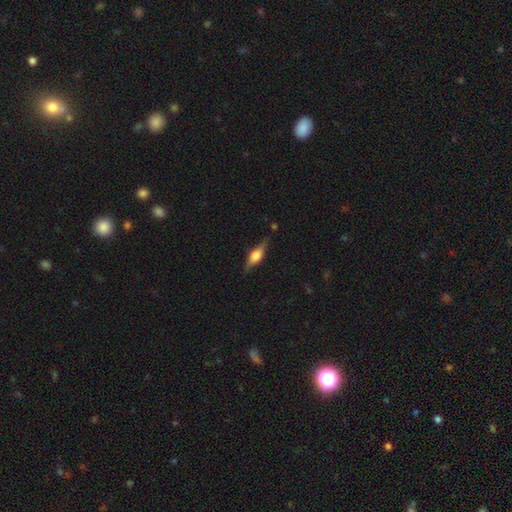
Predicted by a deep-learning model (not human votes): Overall: featured or disk (60%; smooth 33%). Edge-on disk: yes (95%). Edge-on bulge: rounded (84%). Merging: none (81%).